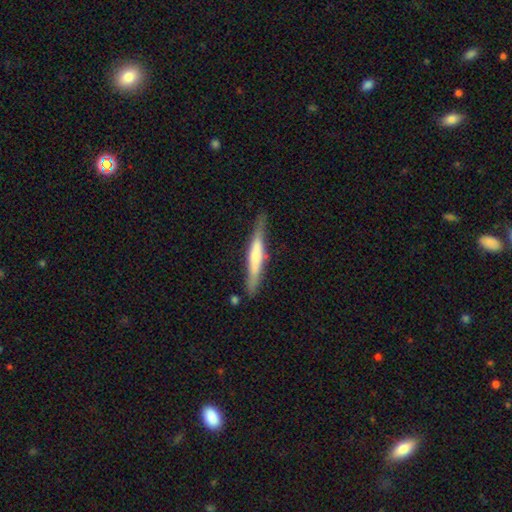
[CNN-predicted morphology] A smooth galaxy with no disk features (48%). Merging: none (78%).